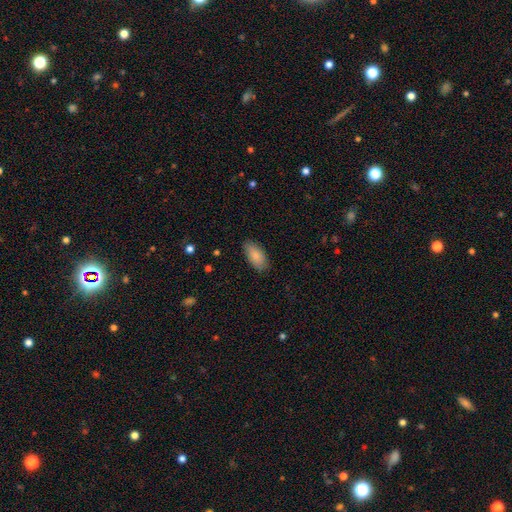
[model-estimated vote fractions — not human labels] A smooth galaxy with no disk features (86%) that is in between round and cigar-shaped (91%). Merging: none (86%).